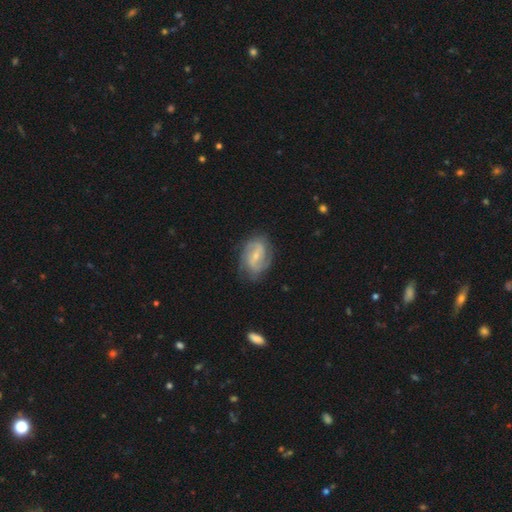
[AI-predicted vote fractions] Smooth or featured: featured or disk — 80% (smooth — 14%)
Edge-on disk: no — 97% (yes — 3%)
Bar: weak — 51% (strong — 27%)
Spiral arms: yes — 93% (no — 7%)
Spiral winding: medium — 45% (tight — 31%)
Spiral arm count: 2 — 70% (can't tell — 14%)
Bulge size: small — 66% (moderate — 29%)
Merging: none — 74% (minor disturbance — 18%)